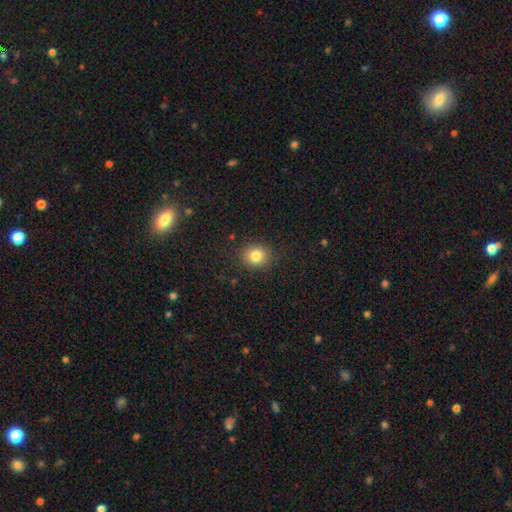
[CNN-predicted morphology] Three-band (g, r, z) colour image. It shows a smooth galaxy with no disk features (83%) that is round (76%). Merging: none (88%).